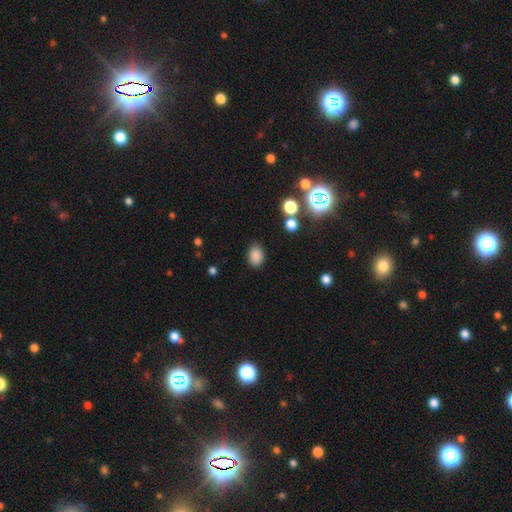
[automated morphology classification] The model was most divided on "how rounded": in between: 78%, round: 21%, cigar-shaped: 1%. More confident: smooth or featured — smooth (84%); merging — none (84%).